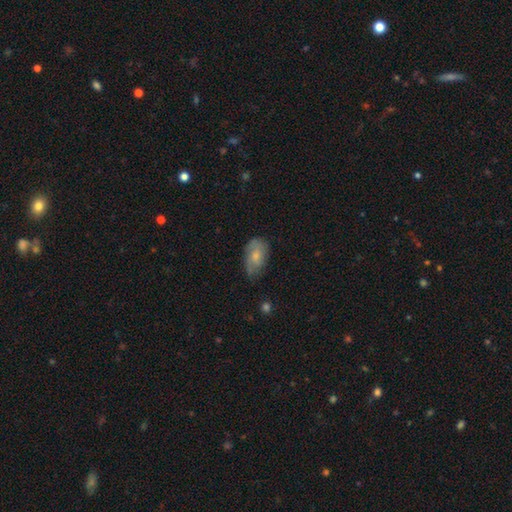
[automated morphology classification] Smooth or featured? smooth (58%)
How rounded? in between (91%)
Merging? none (58%)